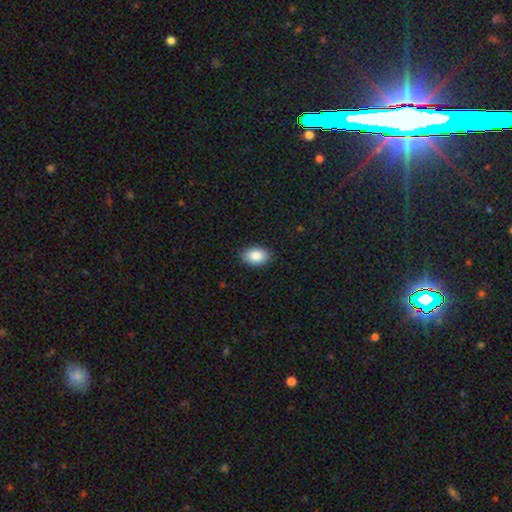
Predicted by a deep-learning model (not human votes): smooth-or-featured: smooth: 87% | star or artifact: 7% | featured or disk: 6%
  how-rounded: in between: 90% | round: 9% | cigar-shaped: 1%
  merging: none: 88% | minor disturbance: 9% | major disturbance: 2% | merger: 1%